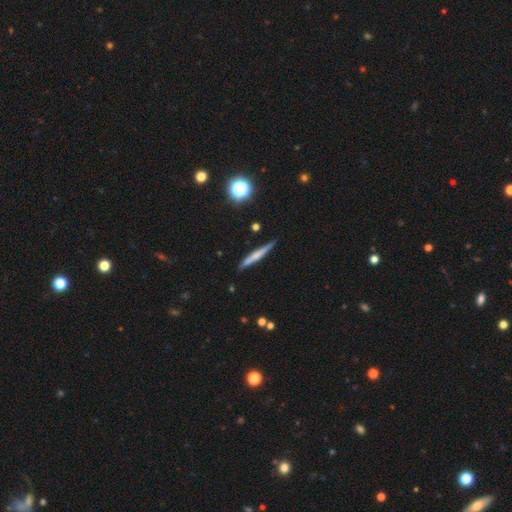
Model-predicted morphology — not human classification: This appears to be a smooth galaxy with no disk features (50%). Merging: none (86%).